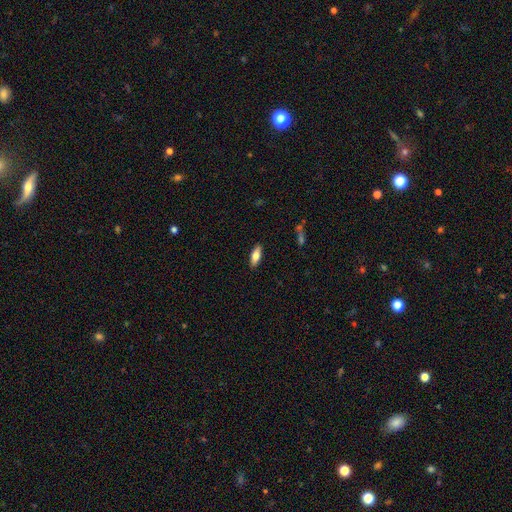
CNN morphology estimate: smooth 73%, featured or disk 20%, star or artifact 7%. Down the decision tree: how rounded — in between (73%); merging — none (89%).